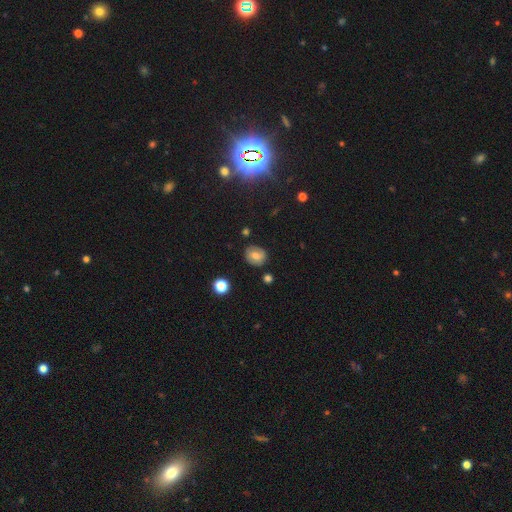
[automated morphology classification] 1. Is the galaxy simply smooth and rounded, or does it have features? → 63% smooth, 26% featured or disk, 12% star or artifact.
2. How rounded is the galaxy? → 64% round, 35% in between, 1% cigar-shaped.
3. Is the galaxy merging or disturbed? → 80% none, 14% minor disturbance, 4% major disturbance, 3% merger.